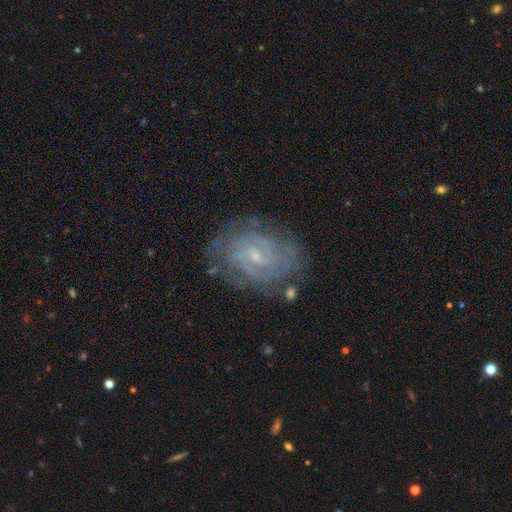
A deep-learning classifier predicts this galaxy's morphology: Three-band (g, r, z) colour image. It shows a featured or disk galaxy (83%) with a weak bar (58%), 2 (41%) tight (62%) spiral arms (95%) and a small central bulge (71%). Merging: none (77%).